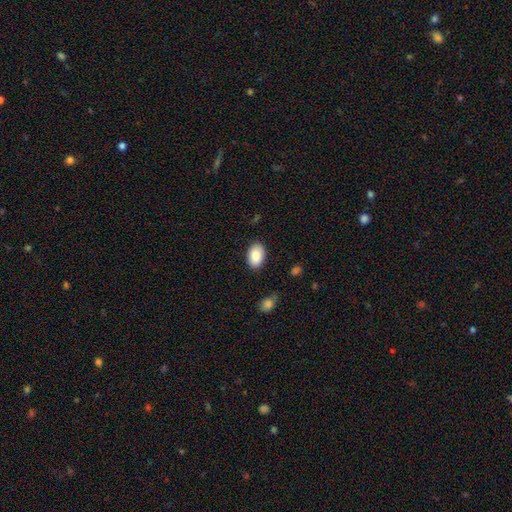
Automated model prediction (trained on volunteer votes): Q: Smooth or featured?
A: smooth (87%); runner-up: star or artifact (7%)
Q: How rounded?
A: in between (90%); runner-up: round (9%)
Q: Merging?
A: none (86%); runner-up: minor disturbance (11%)